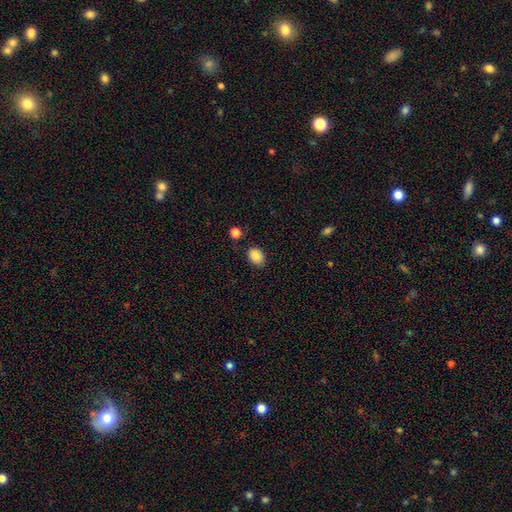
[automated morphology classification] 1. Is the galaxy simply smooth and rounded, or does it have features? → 87% smooth, 9% star or artifact, 4% featured or disk.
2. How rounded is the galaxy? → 71% in between, 28% round, 1% cigar-shaped.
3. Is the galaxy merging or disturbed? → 82% none, 12% minor disturbance, 3% major disturbance, 3% merger.